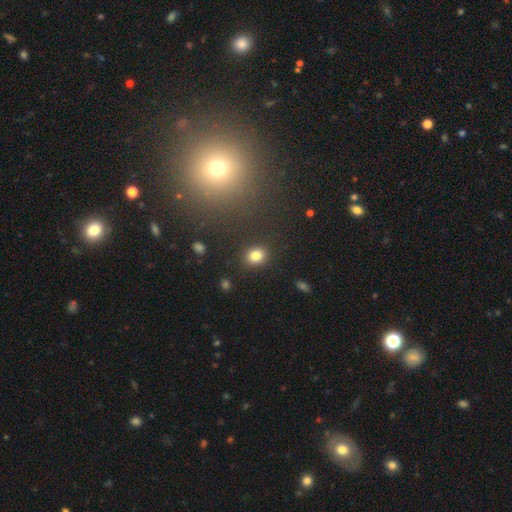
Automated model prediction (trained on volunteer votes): Q: Smooth or featured?
A: smooth (83%); runner-up: star or artifact (11%)
Q: How rounded?
A: round (60%); runner-up: in between (39%)
Q: Merging?
A: none (88%); runner-up: minor disturbance (8%)